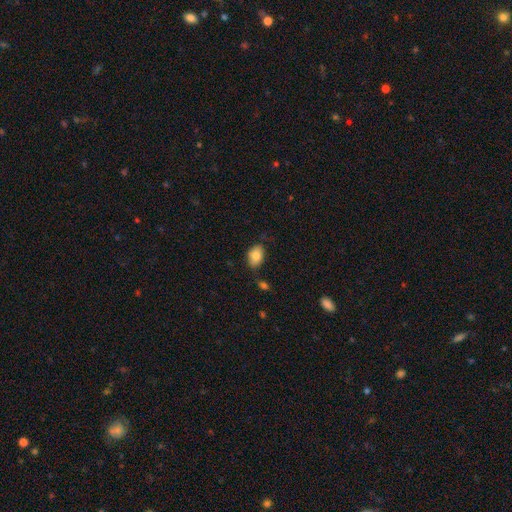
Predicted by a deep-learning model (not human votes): Smooth or featured: smooth — 84% (featured or disk — 9%)
How rounded: in between — 83% (round — 15%)
Merging: none — 72% (minor disturbance — 21%)